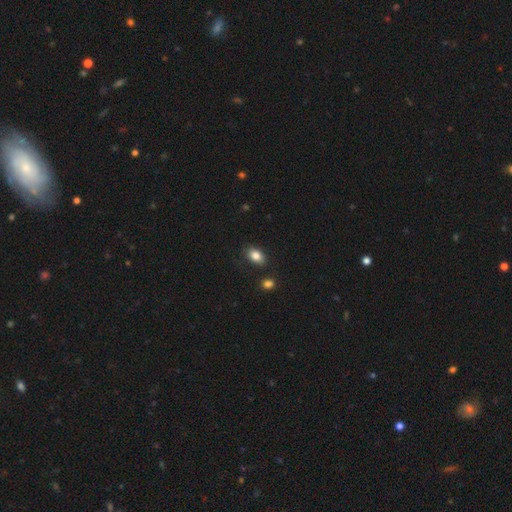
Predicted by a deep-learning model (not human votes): smooth 85%, star or artifact 9%, featured or disk 7%. Down the decision tree: how rounded — in between (83%); merging — none (82%).